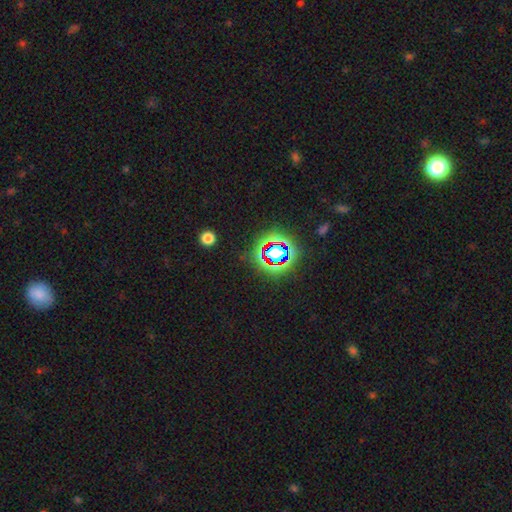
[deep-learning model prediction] This appears to be a star or artifact, not a galaxy (76%).